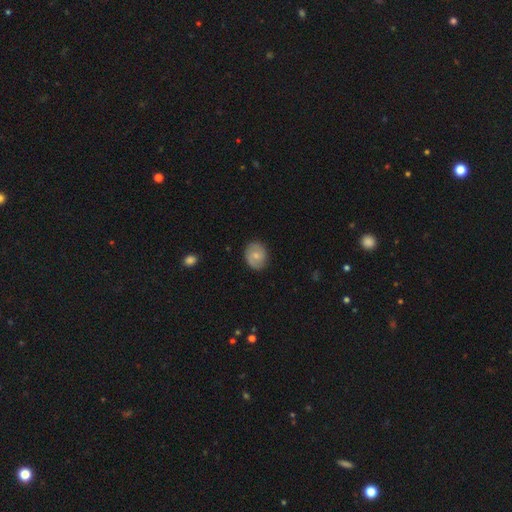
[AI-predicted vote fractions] Smooth or featured?
  - smooth: 55% *
  - featured or disk: 38%
  - star or artifact: 7%
How rounded?
  - round: 63% *
  - in between: 36%
  - cigar-shaped: 1%
Merging?
  - none: 84% *
  - minor disturbance: 12%
  - major disturbance: 3%
  - merger: 1%